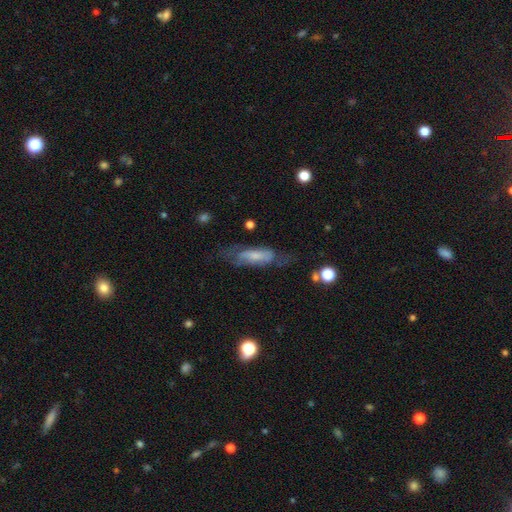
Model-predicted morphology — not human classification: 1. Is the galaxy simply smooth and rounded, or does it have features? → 48% featured or disk, 44% smooth, 8% star or artifact.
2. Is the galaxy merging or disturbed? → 55% none, 24% minor disturbance, 18% major disturbance, 3% merger.